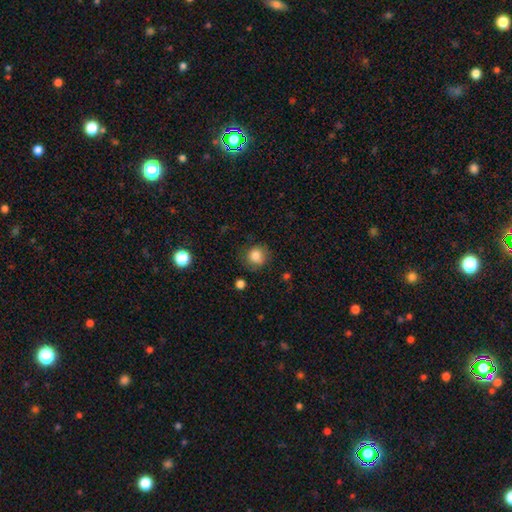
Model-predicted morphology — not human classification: Smooth or featured? Predicted: smooth (p=0.83). How rounded? Predicted: round (p=0.84). Merging? Predicted: none (p=0.73).